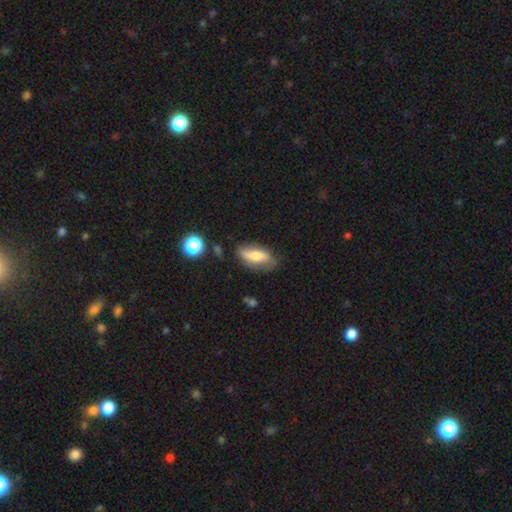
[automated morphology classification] Smooth or featured: smooth — 54% (featured or disk — 38%)
How rounded: in between — 75% (cigar-shaped — 21%)
Merging: none — 73% (minor disturbance — 19%)